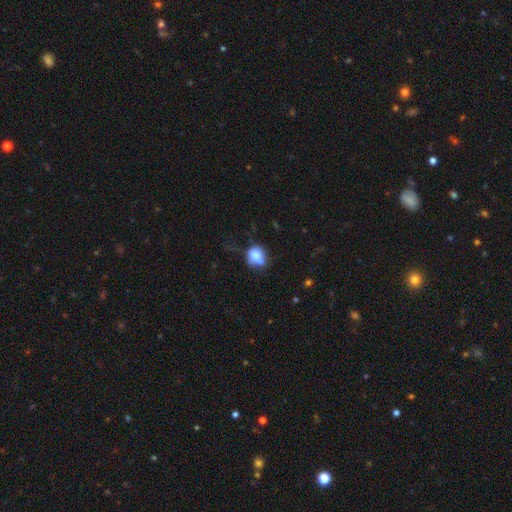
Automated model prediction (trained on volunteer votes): The model was most divided on "merging": none: 41%, merger: 31%, minor disturbance: 18%, major disturbance: 10%. More confident: how rounded — round (76%); smooth or featured — smooth (73%).